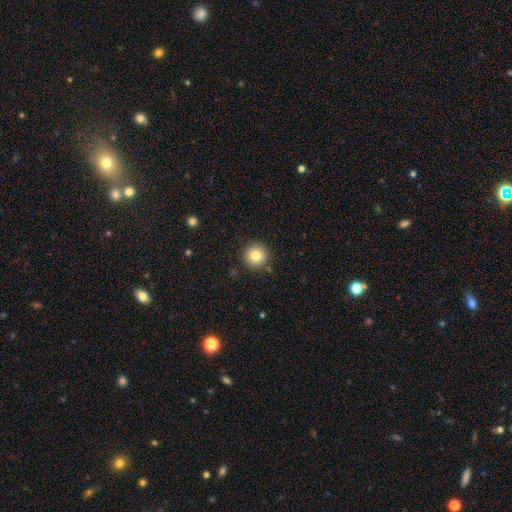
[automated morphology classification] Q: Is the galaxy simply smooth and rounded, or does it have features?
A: smooth — 82%.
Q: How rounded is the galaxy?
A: round — 95%.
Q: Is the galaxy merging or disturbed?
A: none — 88%.